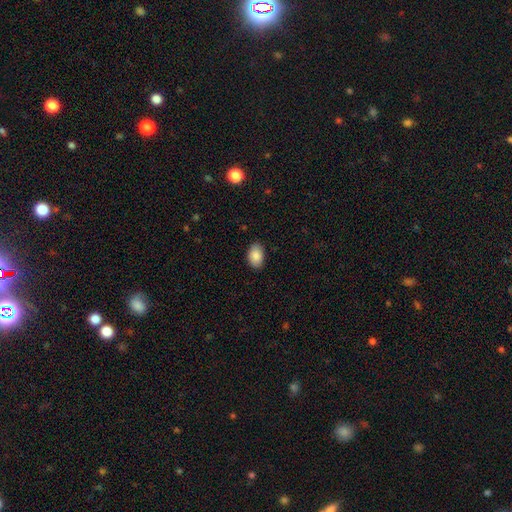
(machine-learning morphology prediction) A smooth galaxy with no disk features (88%) that is in between round and cigar-shaped (90%).

Vote fractions:
- Smooth or featured? smooth: 88% / star or artifact: 7% / featured or disk: 5%
- How rounded? in between: 90% / round: 9% / cigar-shaped: 1%
- Merging? none: 85% / minor disturbance: 11% / major disturbance: 2% / merger: 1%